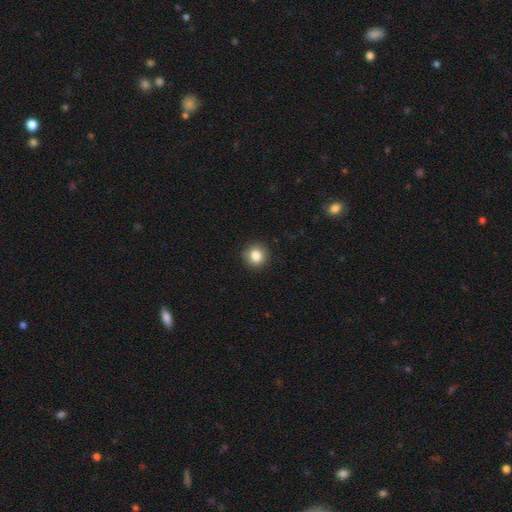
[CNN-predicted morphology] Q: Smooth or featured?
A: smooth (84%); runner-up: star or artifact (10%)
Q: How rounded?
A: round (90%); runner-up: in between (9%)
Q: Merging?
A: none (91%); runner-up: minor disturbance (6%)